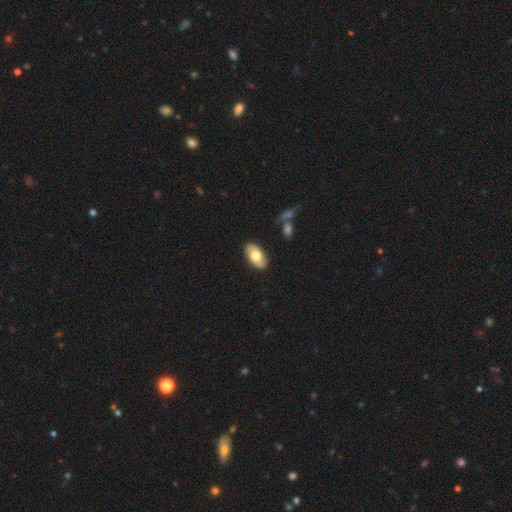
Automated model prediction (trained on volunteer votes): Smooth or featured? smooth (71%)
How rounded? in between (94%)
Merging? none (85%)